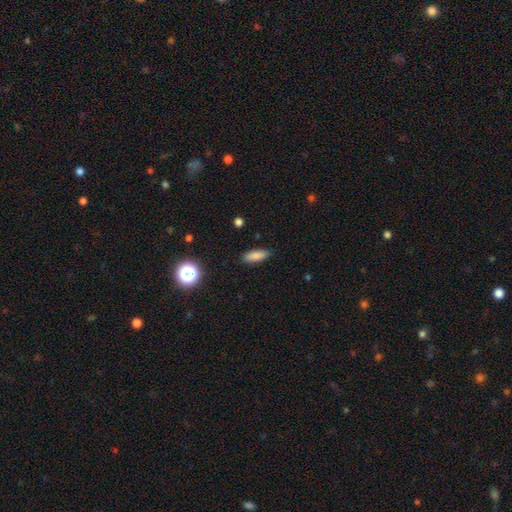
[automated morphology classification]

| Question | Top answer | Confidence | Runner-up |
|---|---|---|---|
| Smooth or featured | smooth | 84% | star or artifact (9%) |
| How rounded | in between | 61% | cigar-shaped (36%) |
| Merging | none | 87% | minor disturbance (10%) |